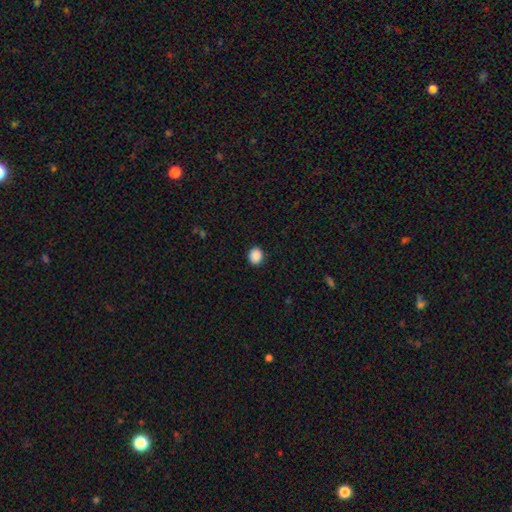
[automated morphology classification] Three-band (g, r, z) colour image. It shows a smooth galaxy with no disk features (89%) that is round (68%). Merging: none (90%).